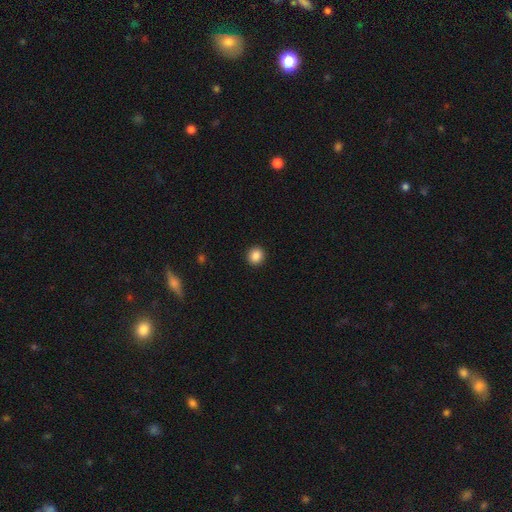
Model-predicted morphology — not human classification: smooth-or-featured: smooth: 87% | star or artifact: 9% | featured or disk: 3%
  how-rounded: round: 88% | in between: 11% | cigar-shaped: 1%
  merging: none: 93% | minor disturbance: 4% | major disturbance: 2% | merger: 1%